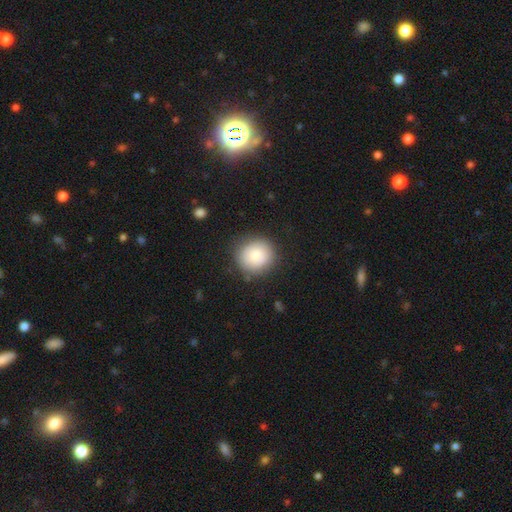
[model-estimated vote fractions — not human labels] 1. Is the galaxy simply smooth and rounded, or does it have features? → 80% smooth, 12% featured or disk, 8% star or artifact.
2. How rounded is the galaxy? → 91% round, 8% in between, 1% cigar-shaped.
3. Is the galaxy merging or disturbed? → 85% none, 10% minor disturbance, 3% major disturbance, 1% merger.